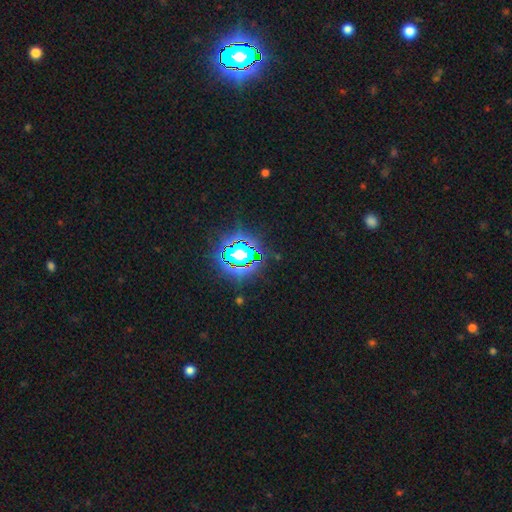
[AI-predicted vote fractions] Smooth or featured: star or artifact — 78% (smooth — 13%)